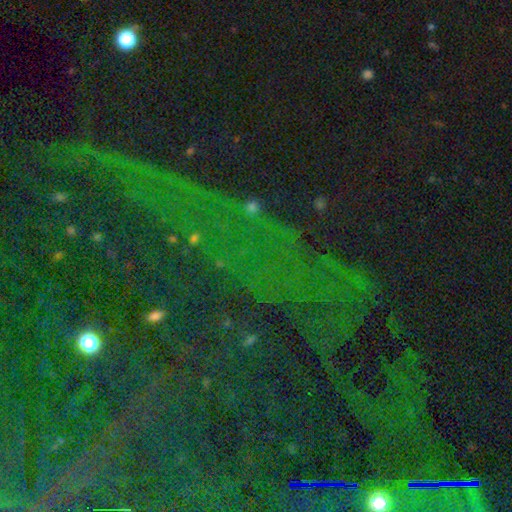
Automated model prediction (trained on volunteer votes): smooth_or_featured: star or artifact (p=0.79) [alt: smooth p=0.11]